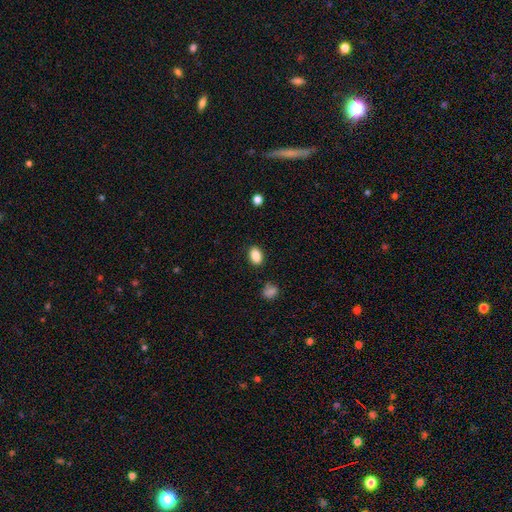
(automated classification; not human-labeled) This is clearly a smooth galaxy (87%). How rounded: clearly in between (85%). Merging: clearly none (87%).